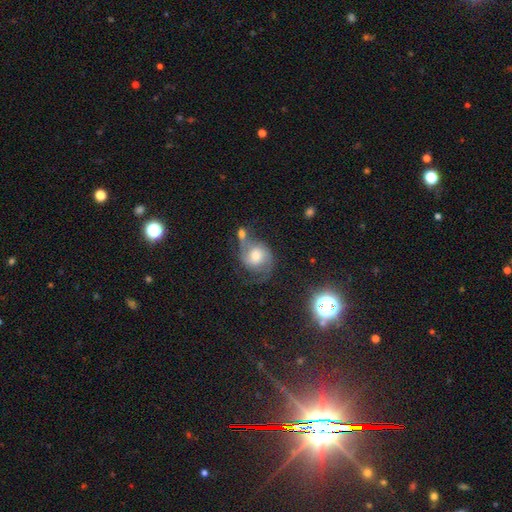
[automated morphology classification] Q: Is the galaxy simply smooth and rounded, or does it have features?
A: featured or disk — 71%.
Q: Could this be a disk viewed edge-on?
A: no — 97%.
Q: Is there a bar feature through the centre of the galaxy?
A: no — 63%.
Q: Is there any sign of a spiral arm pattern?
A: yes — 93%.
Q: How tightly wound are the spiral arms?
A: medium — 48%.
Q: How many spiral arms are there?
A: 2 — 87%.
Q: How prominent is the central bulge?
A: moderate — 52%.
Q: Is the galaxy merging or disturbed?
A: none — 46%.